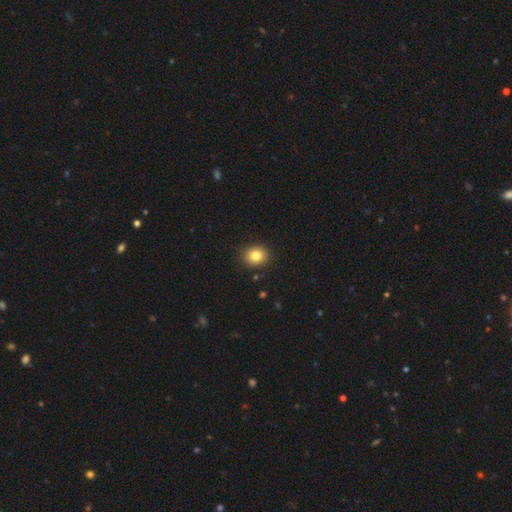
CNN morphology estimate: This is clearly a smooth galaxy (83%). How rounded: likely round (73%). Merging: clearly none (90%).